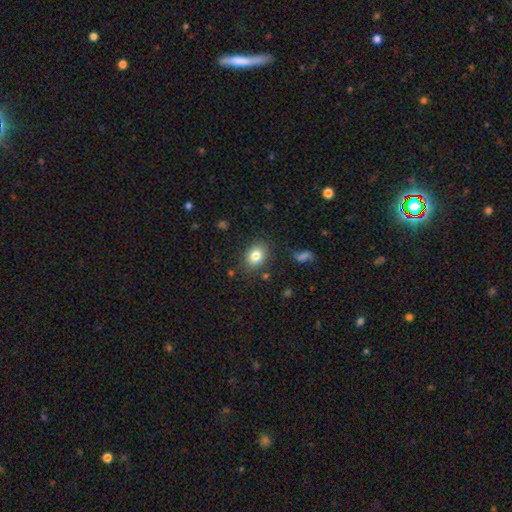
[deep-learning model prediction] The model was most divided on "how rounded": in between: 59%, round: 40%, cigar-shaped: 1%. More confident: merging — none (84%); smooth or featured — smooth (81%).